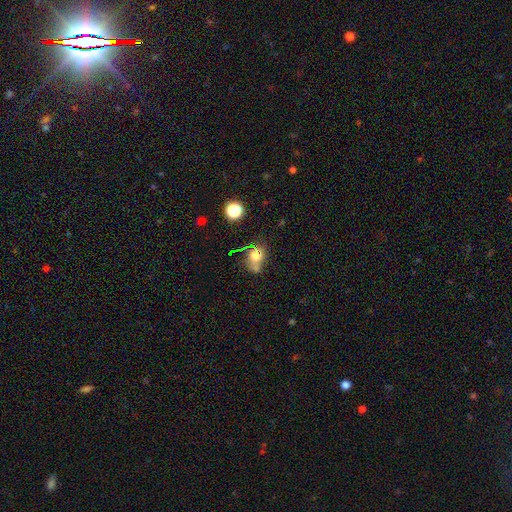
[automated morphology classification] The model was most divided on "how rounded": round: 55%, in between: 42%, cigar-shaped: 3%. Remaining: smooth or featured — smooth (61%); merging — none (44%).